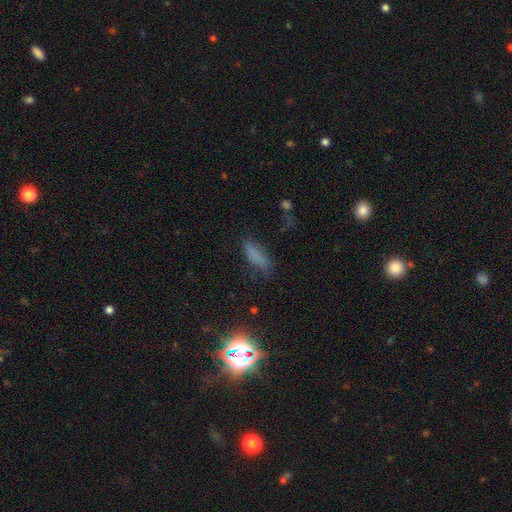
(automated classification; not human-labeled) A smooth galaxy with no disk features (72%) that is cigar-shaped (51%). Merging: none (73%).